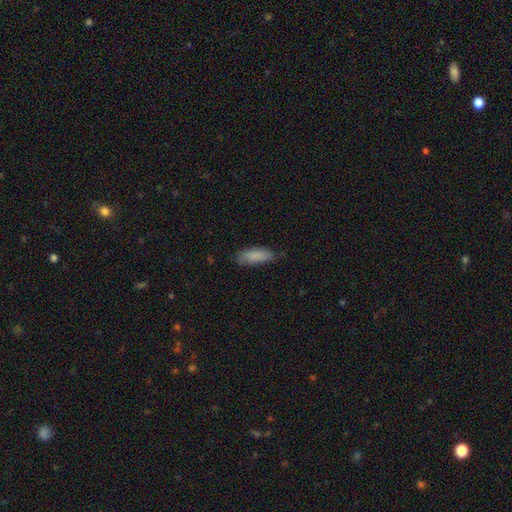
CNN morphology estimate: smooth-or-featured: smooth: 85% | featured or disk: 9% | star or artifact: 6%
  how-rounded: in between: 63% | cigar-shaped: 35% | round: 2%
  merging: none: 72% | minor disturbance: 23% | major disturbance: 4% | merger: 1%